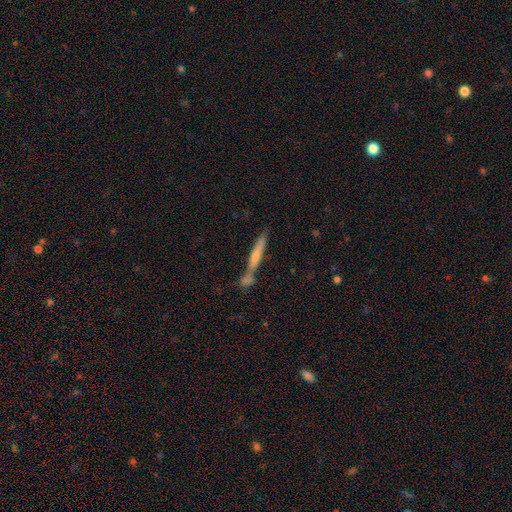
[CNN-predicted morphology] Overall: featured or disk (47%; smooth 45%). Merging: none (60%; merger 25%).